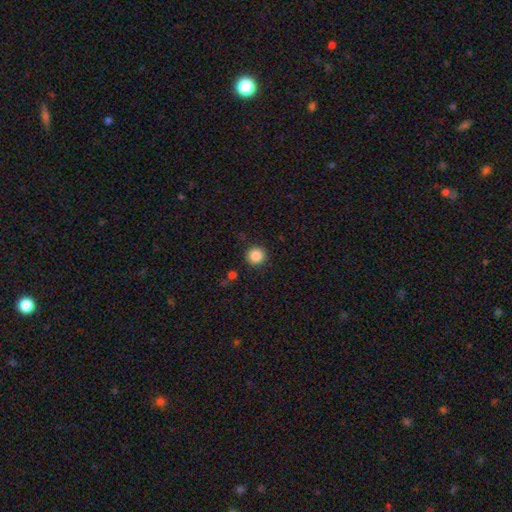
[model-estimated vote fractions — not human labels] Smooth or featured? Predicted: smooth (p=0.87). How rounded? Predicted: round (p=0.94). Merging? Predicted: none (p=0.90).